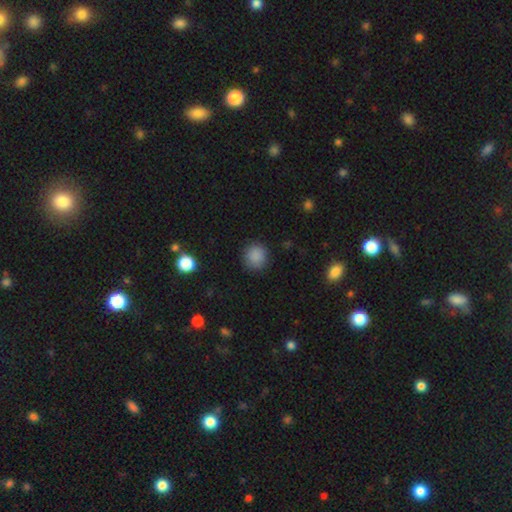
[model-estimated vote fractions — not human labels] Smooth or featured: smooth — 87% (star or artifact — 10%)
How rounded: round — 91% (in between — 8%)
Merging: none — 88% (minor disturbance — 8%)